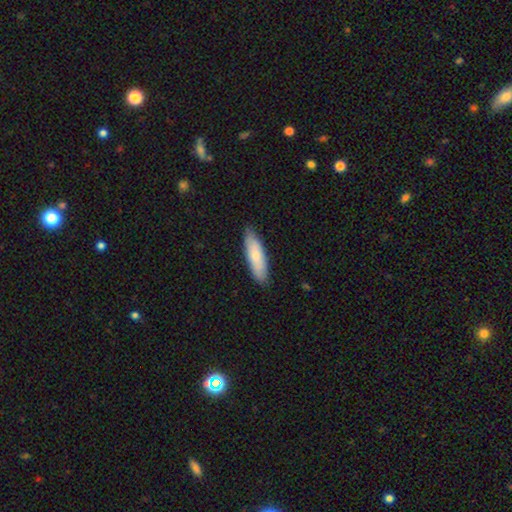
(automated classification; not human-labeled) This appears to be a smooth galaxy with no disk features (75%) that is cigar-shaped (54%). Merging: none (86%).